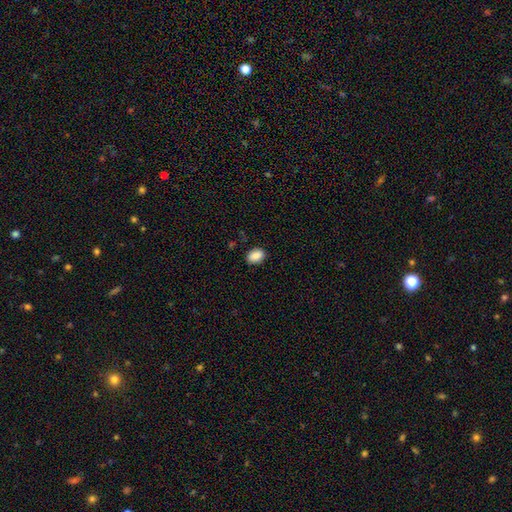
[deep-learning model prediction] This appears to be a smooth galaxy with no disk features (87%) that is in between round and cigar-shaped (76%). Merging: none (86%).